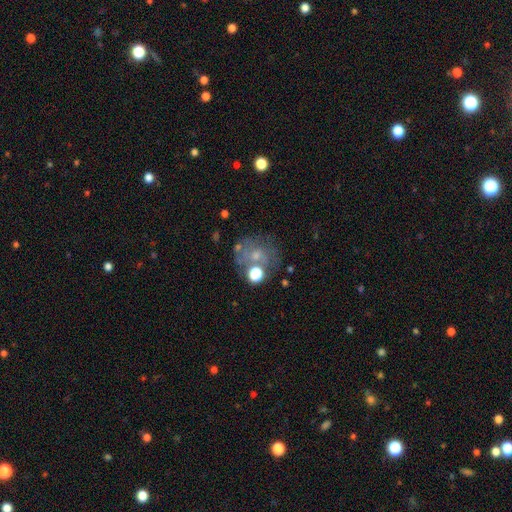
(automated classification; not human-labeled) smooth-or-featured: smooth: 42% | featured or disk: 41% | star or artifact: 18%
  merging: none: 50% | minor disturbance: 19% | merger: 16% | major disturbance: 15%